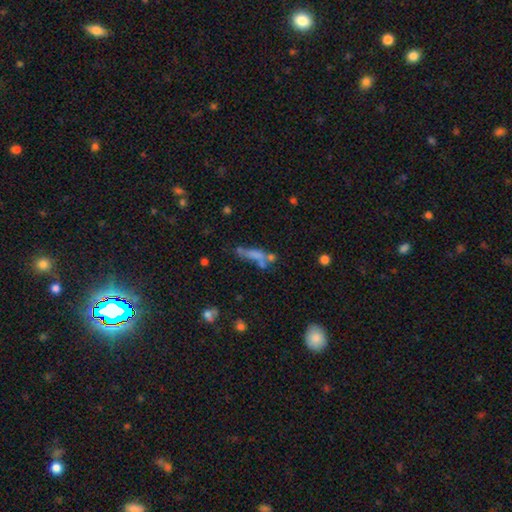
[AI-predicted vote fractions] Smooth or featured: smooth — 56% (featured or disk — 29%)
How rounded: cigar-shaped — 56% (in between — 39%)
Merging: none — 33% (tied with merger — 33%)